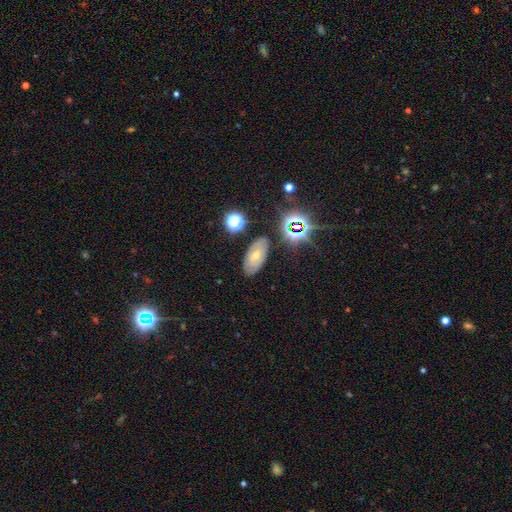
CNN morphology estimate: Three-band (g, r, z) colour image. It shows a smooth galaxy with no disk features (44%). Merging: none (82%).